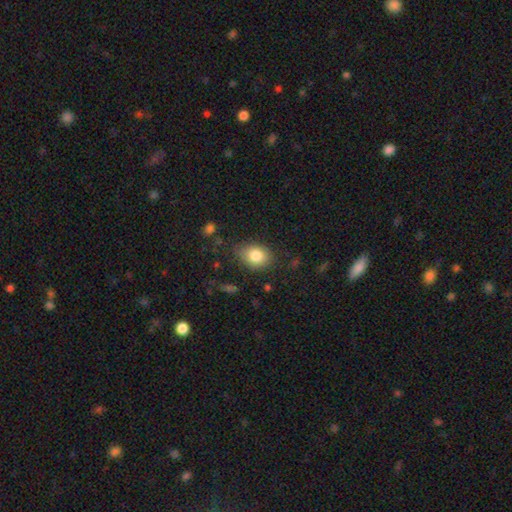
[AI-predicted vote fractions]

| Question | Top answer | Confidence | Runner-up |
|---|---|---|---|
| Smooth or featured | smooth | 83% | star or artifact (9%) |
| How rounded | in between | 63% | round (36%) |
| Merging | none | 73% | minor disturbance (20%) |